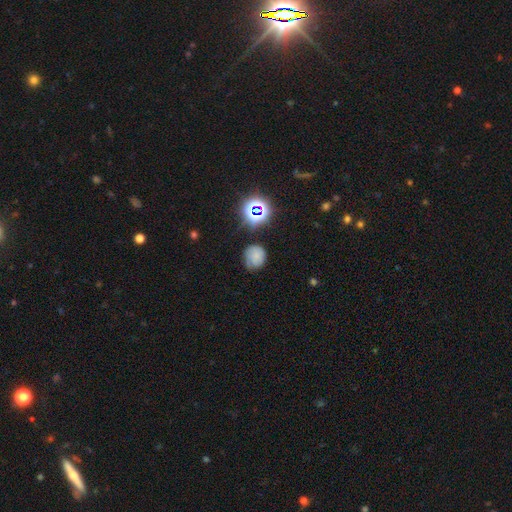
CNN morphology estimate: Smooth or featured? smooth (59%)
How rounded? round (77%)
Merging? none (59%)